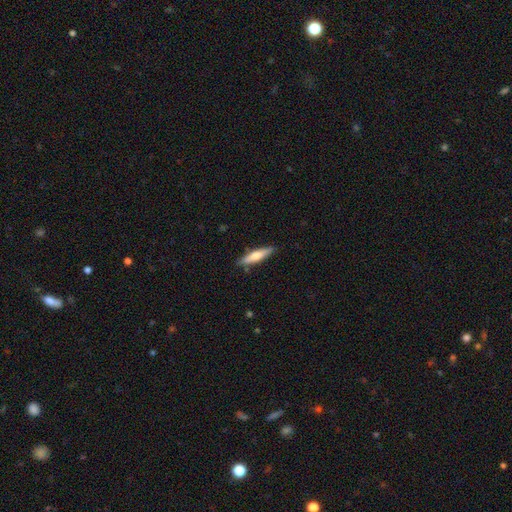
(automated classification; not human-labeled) Overall: smooth (57%; featured or disk 37%). How rounded: cigar-shaped (80%). Merging: none (86%).